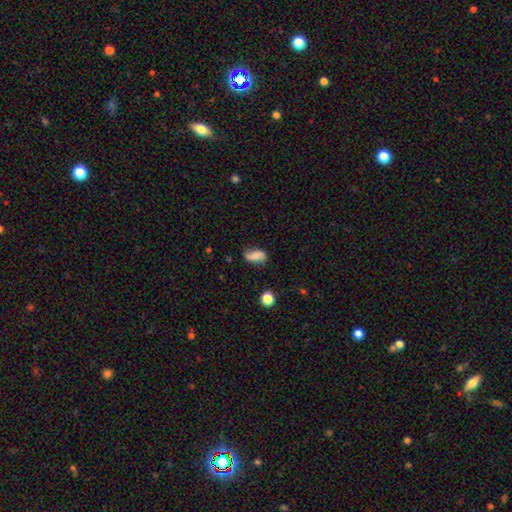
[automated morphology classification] This appears to be a smooth galaxy with no disk features (52%) that is in between round and cigar-shaped (88%). Merging: none (70%).